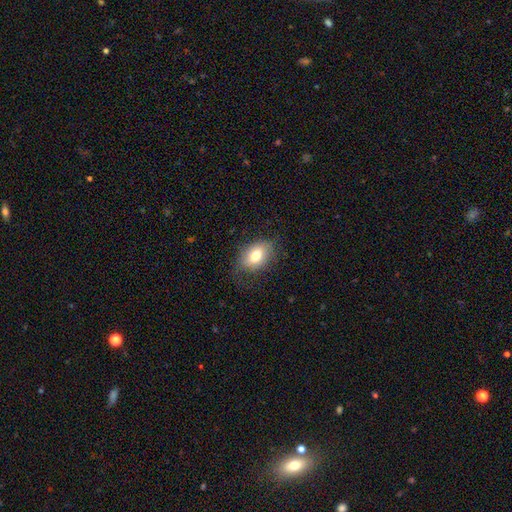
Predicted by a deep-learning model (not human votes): A smooth galaxy with no disk features (75%) that is in between round and cigar-shaped (81%).

Vote fractions:
- Smooth or featured? smooth: 75% / featured or disk: 16% / star or artifact: 9%
- How rounded? in between: 81% / round: 18% / cigar-shaped: 2%
- Merging? none: 73% / minor disturbance: 20% / major disturbance: 6% / merger: 1%